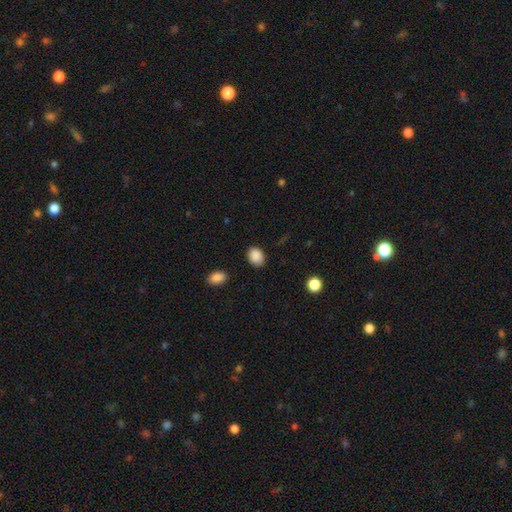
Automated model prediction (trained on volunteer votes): Q: Smooth or featured?
A: smooth (89%); runner-up: star or artifact (8%)
Q: How rounded?
A: in between (64%); runner-up: round (35%)
Q: Merging?
A: none (84%); runner-up: minor disturbance (12%)